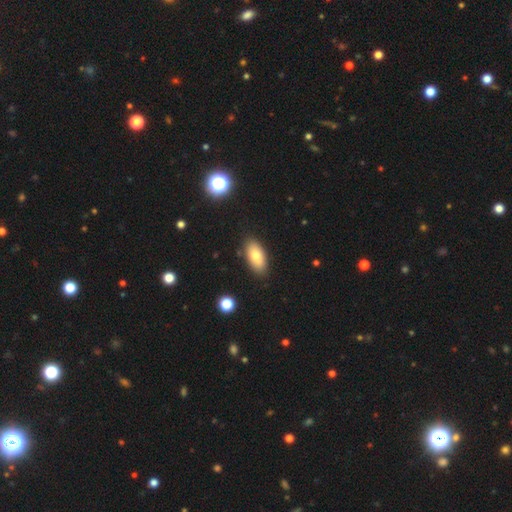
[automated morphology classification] The model was most divided on "smooth or featured": smooth: 76%, featured or disk: 16%, star or artifact: 8%. More confident: how rounded — in between (90%); merging — none (85%).